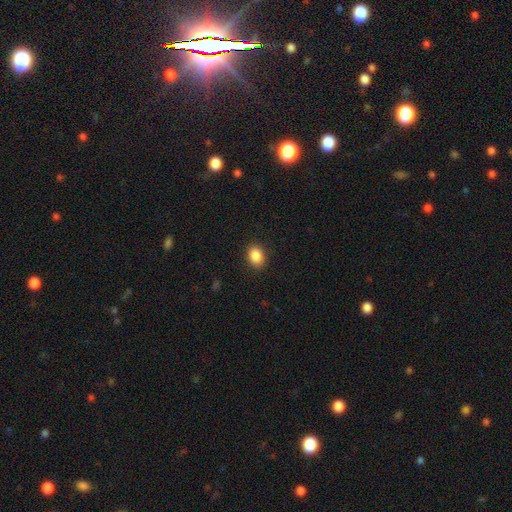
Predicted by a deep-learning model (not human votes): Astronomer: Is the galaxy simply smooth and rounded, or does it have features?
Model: smooth — 88%.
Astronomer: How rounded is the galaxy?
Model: in between — 69%.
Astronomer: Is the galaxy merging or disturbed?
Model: none — 90%.